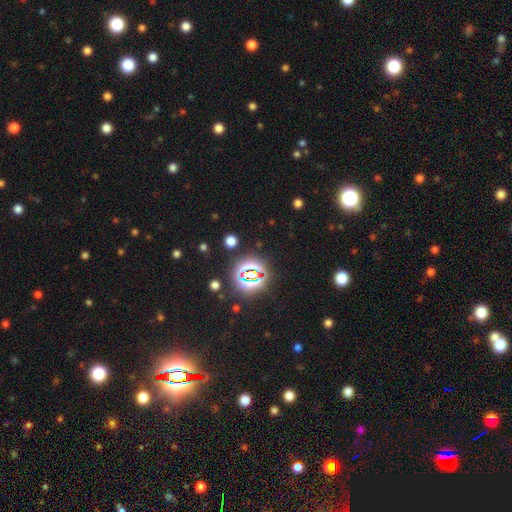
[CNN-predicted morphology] A star or artifact, not a galaxy (83%).

Vote fractions:
- Smooth or featured? star or artifact: 83% / smooth: 10% / featured or disk: 7%